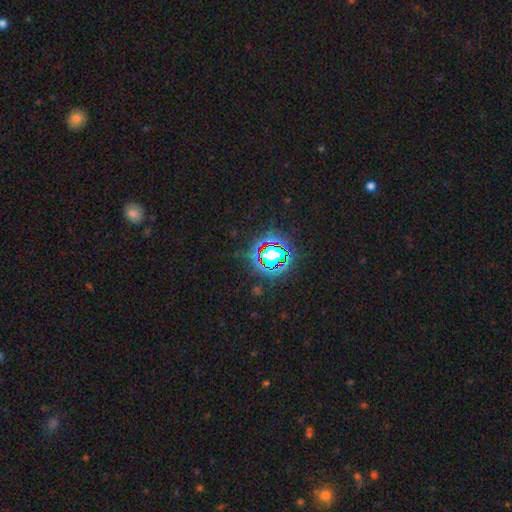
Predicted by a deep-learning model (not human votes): This is likely a star or artifact rather than a galaxy (80%).